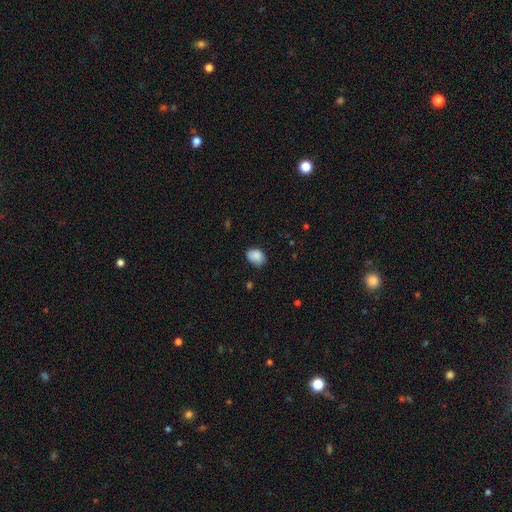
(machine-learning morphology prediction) Q: Smooth or featured?
A: smooth (87%); runner-up: star or artifact (8%)
Q: How rounded?
A: in between (71%); runner-up: round (28%)
Q: Merging?
A: none (73%); runner-up: minor disturbance (22%)